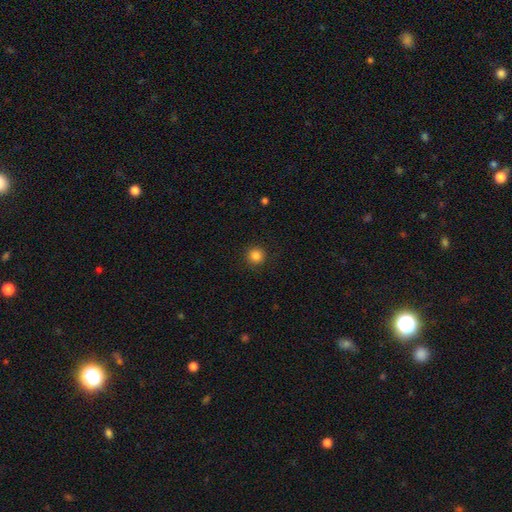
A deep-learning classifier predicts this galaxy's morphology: This is clearly a smooth galaxy (85%). How rounded: clearly round (96%). Merging: clearly none (92%).